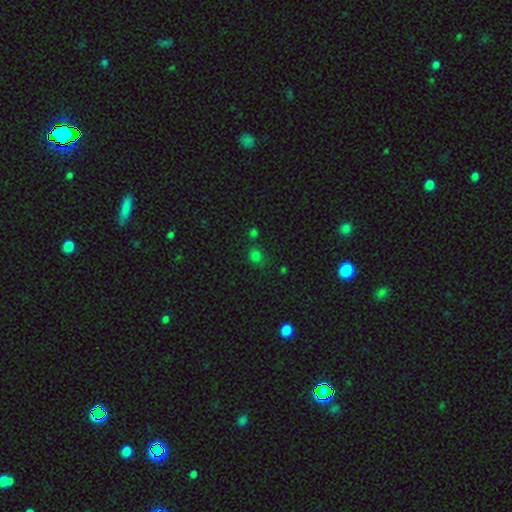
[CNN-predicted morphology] smooth-or-featured: smooth: 71% | star or artifact: 24% | featured or disk: 5%
  how-rounded: round: 75% | in between: 24% | cigar-shaped: 1%
  merging: none: 72% | minor disturbance: 13% | merger: 11% | major disturbance: 4%